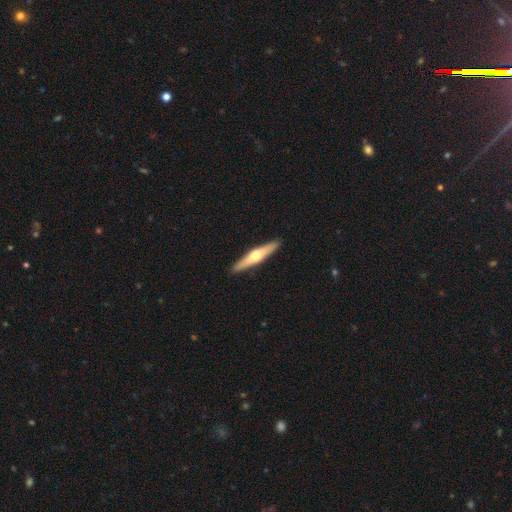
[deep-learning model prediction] featured or disk 61%, smooth 34%, star or artifact 5%. Down the decision tree: edge-on disk — yes (96%); edge-on bulge — rounded (94%); merging — none (92%).